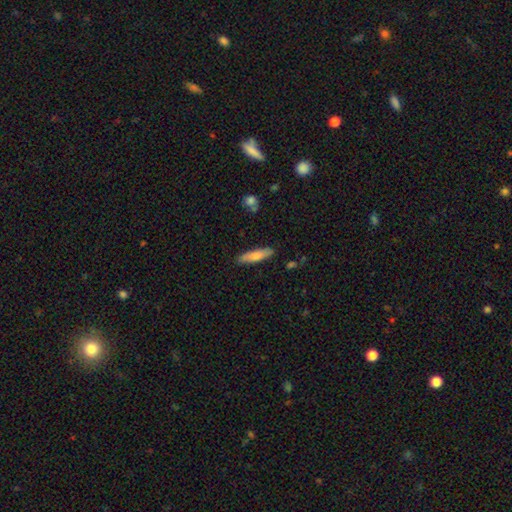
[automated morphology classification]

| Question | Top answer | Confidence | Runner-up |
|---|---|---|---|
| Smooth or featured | smooth | 74% | featured or disk (20%) |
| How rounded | cigar-shaped | 76% | in between (22%) |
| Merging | none | 86% | minor disturbance (10%) |